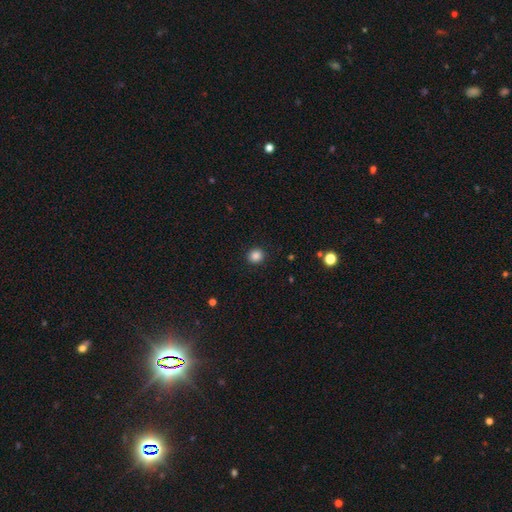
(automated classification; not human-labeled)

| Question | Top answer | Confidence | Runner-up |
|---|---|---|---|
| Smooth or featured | smooth | 86% | star or artifact (11%) |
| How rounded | round | 87% | in between (12%) |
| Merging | none | 92% | minor disturbance (5%) |